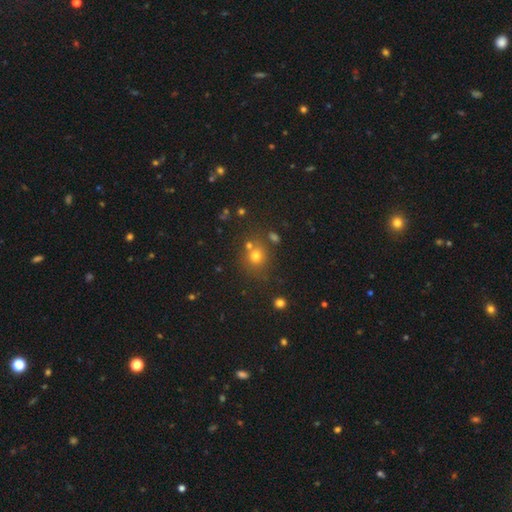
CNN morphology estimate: A smooth galaxy with no disk features (71%) that is round (83%). Merging: none (69%).